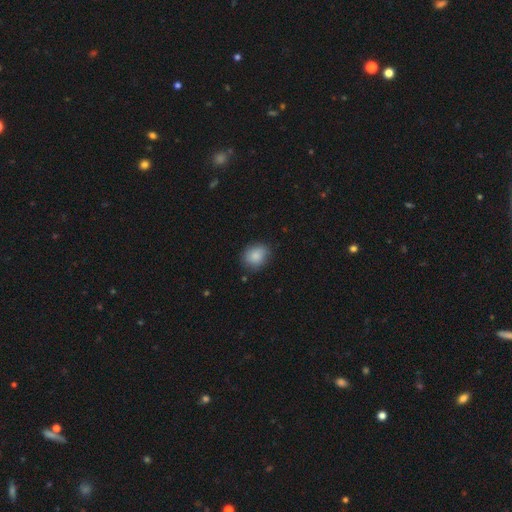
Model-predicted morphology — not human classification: A smooth galaxy with no disk features (86%) that is round (51%). Merging: none (79%).